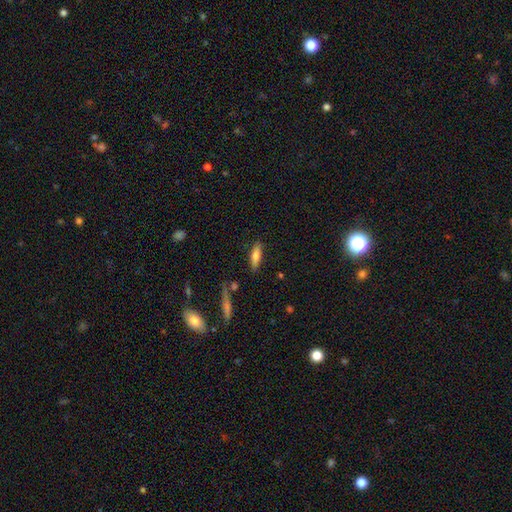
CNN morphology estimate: The model was most divided on "how rounded": cigar-shaped: 52%, in between: 46%, round: 2%. More confident: merging — none (83%); smooth or featured — smooth (69%).